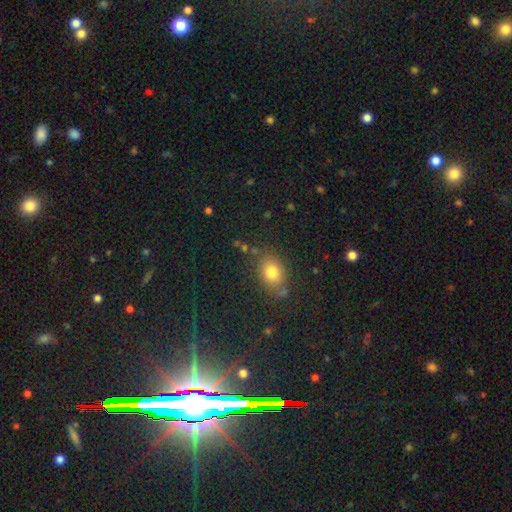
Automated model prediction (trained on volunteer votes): A star or artifact, not a galaxy (50%).

Vote fractions:
- Smooth or featured? star or artifact: 50% / smooth: 31% / featured or disk: 19%